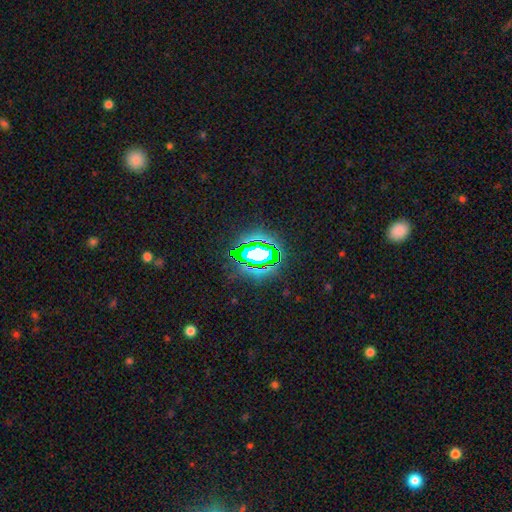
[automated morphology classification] This appears to be a star or artifact, not a galaxy (65%).